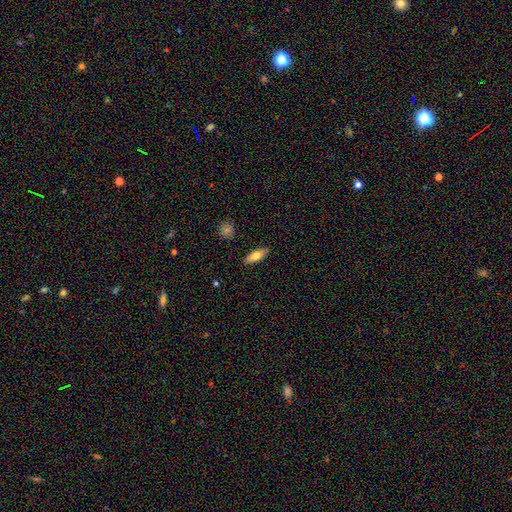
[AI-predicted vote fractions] A smooth galaxy with no disk features (73%) that is in between round and cigar-shaped (68%). Merging: none (88%).